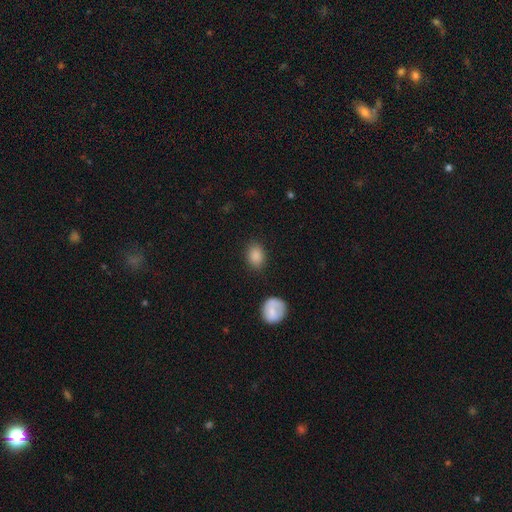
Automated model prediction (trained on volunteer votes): smooth-or-featured: smooth: 87% | star or artifact: 8% | featured or disk: 4%
  how-rounded: in between: 67% | round: 32% | cigar-shaped: 1%
  merging: none: 84% | minor disturbance: 11% | major disturbance: 3% | merger: 2%